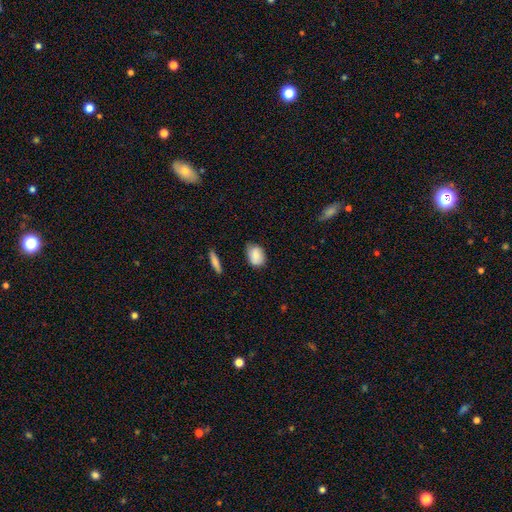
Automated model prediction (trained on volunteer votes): smooth-or-featured: smooth: 80% | featured or disk: 13% | star or artifact: 7%
  how-rounded: in between: 74% | round: 24% | cigar-shaped: 2%
  merging: none: 68% | minor disturbance: 25% | major disturbance: 4% | merger: 2%